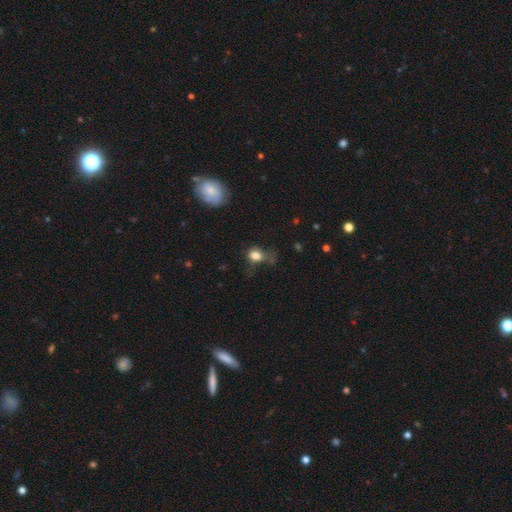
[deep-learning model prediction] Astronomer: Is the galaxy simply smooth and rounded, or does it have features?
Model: smooth — 78%.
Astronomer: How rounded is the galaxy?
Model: round — 52% (runner-up: in between, 46%).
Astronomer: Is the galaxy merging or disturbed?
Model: none — 40% (runner-up: minor disturbance, 28%).